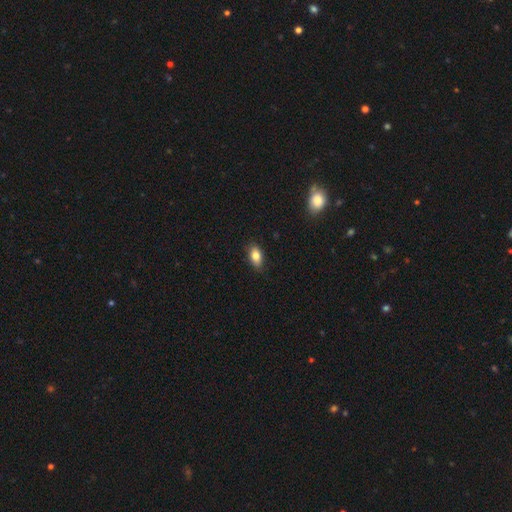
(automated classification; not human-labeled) smooth_or_featured: smooth (p=0.83) [alt: featured or disk p=0.09]
how_rounded: in between (p=0.89) [alt: round p=0.08]
merging: none (p=0.85) [alt: minor disturbance p=0.12]